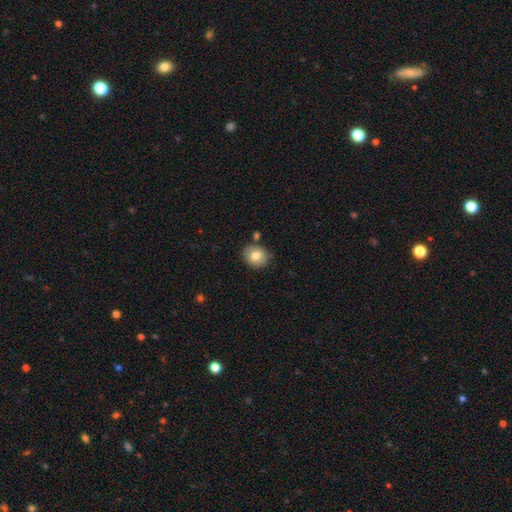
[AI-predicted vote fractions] The model was most divided on "how rounded": round: 72%, in between: 27%, cigar-shaped: 1%. More confident: merging — none (79%); smooth or featured — smooth (78%).